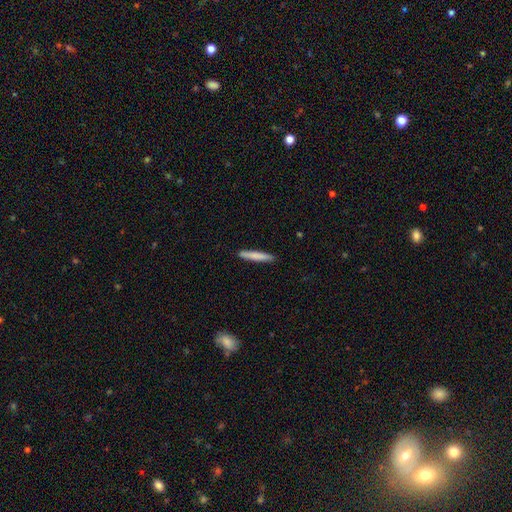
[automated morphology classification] Smooth or featured? smooth (78%)
How rounded? cigar-shaped (94%)
Merging? none (90%)